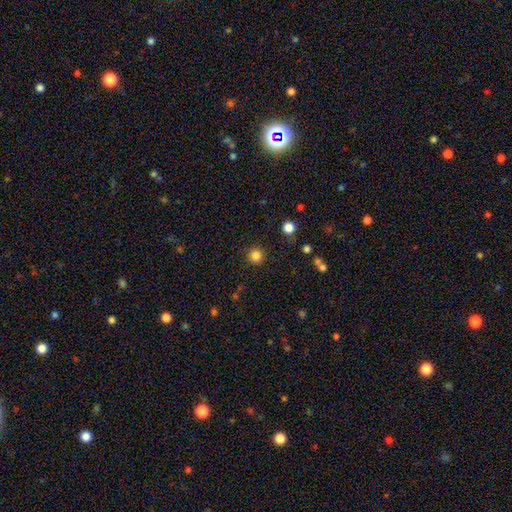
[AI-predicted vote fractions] Q: Smooth or featured?
A: smooth (84%); runner-up: star or artifact (12%)
Q: How rounded?
A: round (95%); runner-up: in between (4%)
Q: Merging?
A: none (90%); runner-up: minor disturbance (6%)